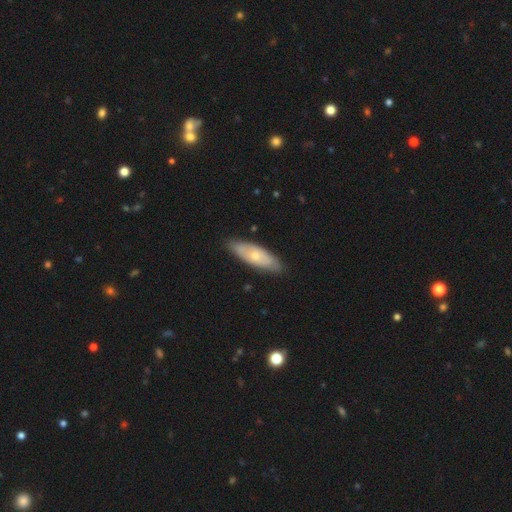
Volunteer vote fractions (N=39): Morphology: type=featured or disk (59%); edge-on=no (61%); bar=no (86%); spiral arms=no (93%); bulge=small (71%); merging=none (97%).